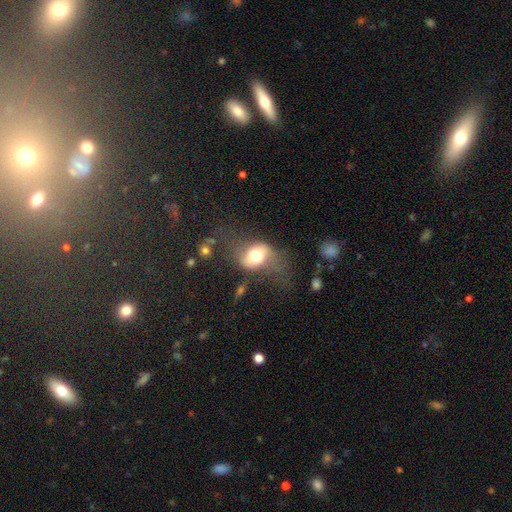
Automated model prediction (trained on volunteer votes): Q: Smooth or featured?
A: smooth (49%); runner-up: featured or disk (42%)
Q: Merging?
A: none (42%); runner-up: major disturbance (29%)